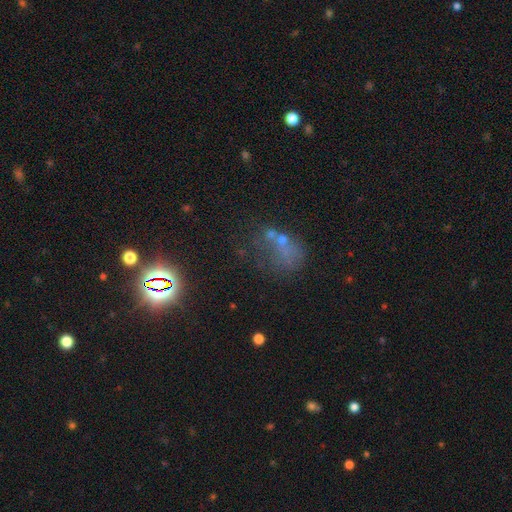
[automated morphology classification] star or artifact 49%, smooth 29%, featured or disk 21%.